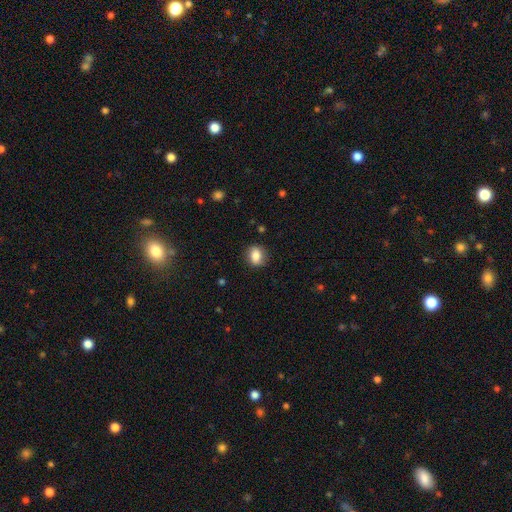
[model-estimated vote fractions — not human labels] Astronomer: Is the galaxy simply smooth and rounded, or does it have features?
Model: smooth — 83%.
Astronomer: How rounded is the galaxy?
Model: round — 51% (runner-up: in between, 47%).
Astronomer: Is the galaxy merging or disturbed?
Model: none — 85%.